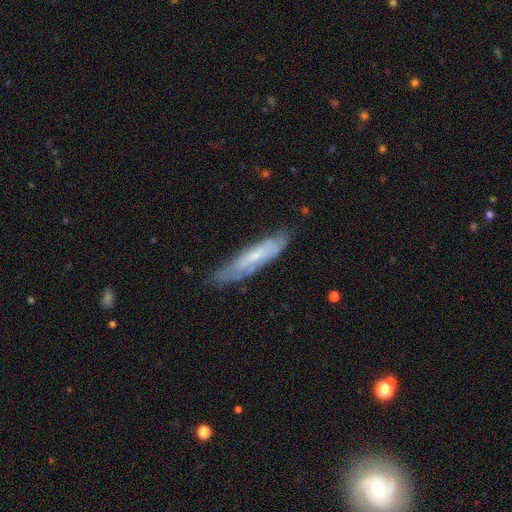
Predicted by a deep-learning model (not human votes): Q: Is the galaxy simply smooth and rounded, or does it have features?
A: featured or disk — 53%.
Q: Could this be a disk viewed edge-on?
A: yes — 52%.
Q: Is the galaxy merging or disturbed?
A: none — 71%.